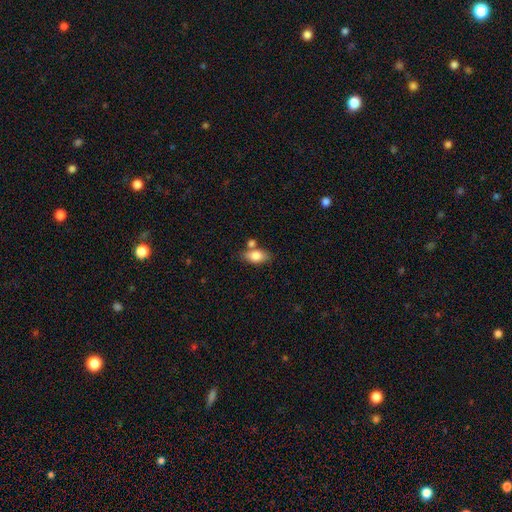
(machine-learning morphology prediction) Overall: smooth (80%). How rounded: in between (87%). Merging: none (63%).